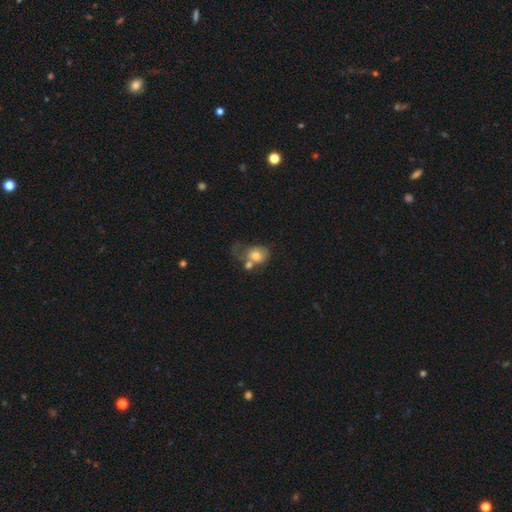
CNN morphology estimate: Smooth or featured: smooth — 68% (featured or disk — 23%)
How rounded: in between — 51% (round — 48%)
Merging: merger — 37% (major disturbance — 25%)